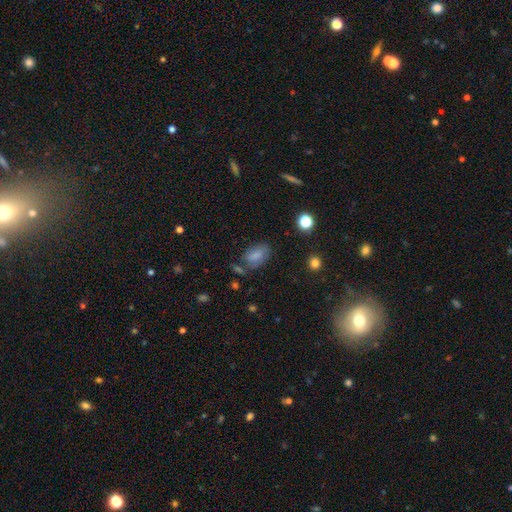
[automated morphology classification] Overall: smooth (77%). How rounded: in between (88%). Merging: none (59%; minor disturbance 24%).